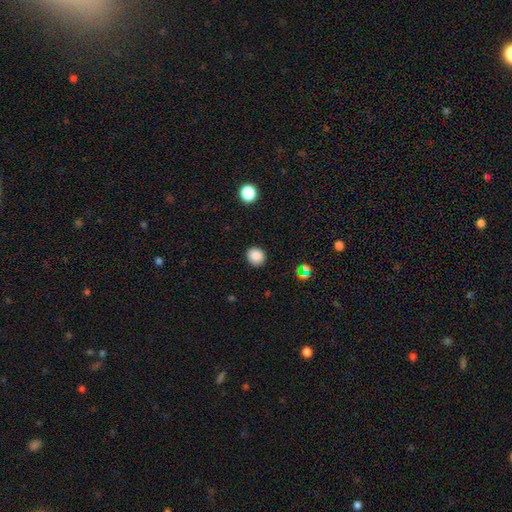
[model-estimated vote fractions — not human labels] smooth 86%, star or artifact 11%, featured or disk 4%. Down the decision tree: how rounded — round (81%); merging — none (89%).